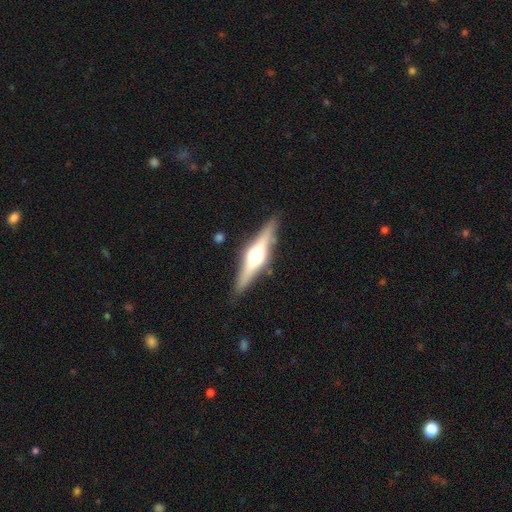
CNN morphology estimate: Smooth or featured? featured or disk (70%)
Edge-on disk? yes (96%)
Edge-on bulge? rounded (94%)
Merging? none (87%)